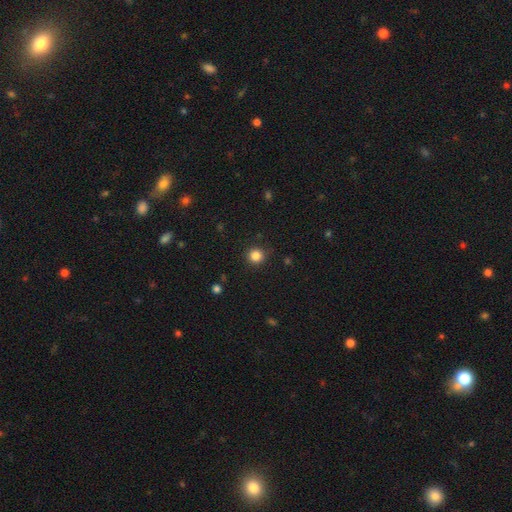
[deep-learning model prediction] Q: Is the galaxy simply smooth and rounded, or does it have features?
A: smooth — 84%.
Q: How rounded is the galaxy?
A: round — 94%.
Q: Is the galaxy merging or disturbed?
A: none — 89%.